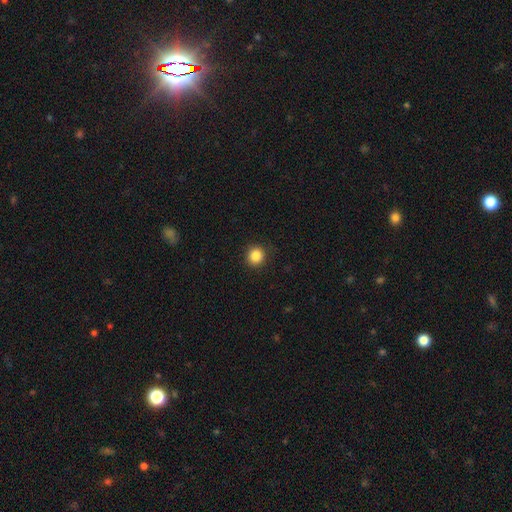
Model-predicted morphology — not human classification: smooth-or-featured: smooth: 86% | star or artifact: 10% | featured or disk: 4%
  how-rounded: round: 93% | in between: 6% | cigar-shaped: 1%
  merging: none: 91% | minor disturbance: 6% | major disturbance: 2% | merger: 1%